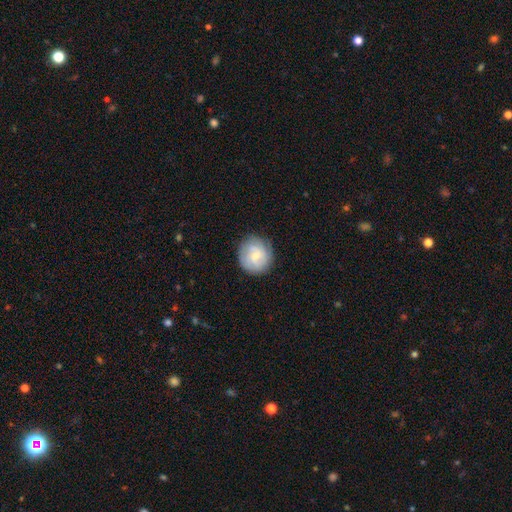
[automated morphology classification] smooth_or_featured: smooth (p=0.54) [alt: featured or disk p=0.39]
how_rounded: round (p=0.89) [alt: in between p=0.10]
merging: none (p=0.81) [alt: minor disturbance p=0.13]